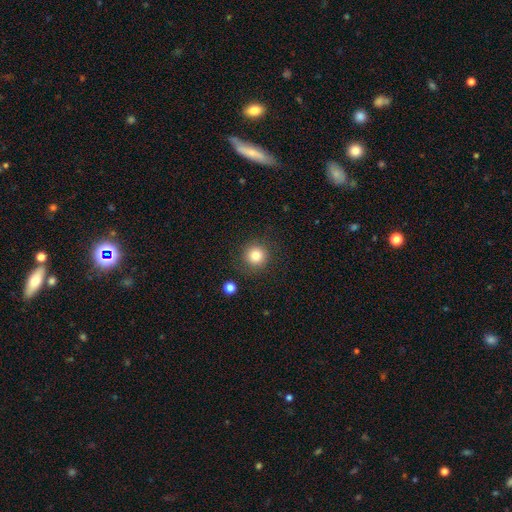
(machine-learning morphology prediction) Smooth or featured?
  - smooth: 82% *
  - star or artifact: 11%
  - featured or disk: 7%
How rounded?
  - round: 94% *
  - in between: 5%
  - cigar-shaped: 1%
Merging?
  - none: 86% *
  - minor disturbance: 9%
  - major disturbance: 4%
  - merger: 2%